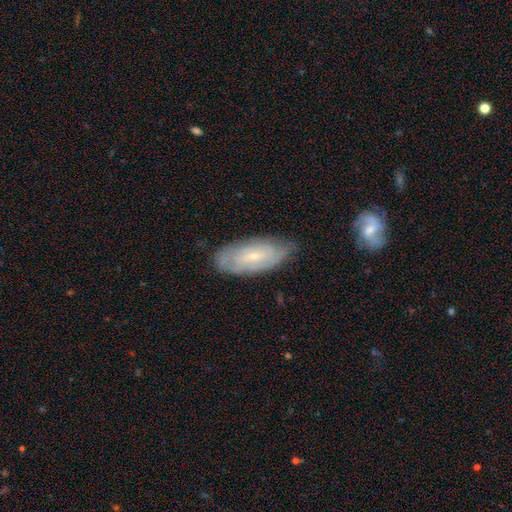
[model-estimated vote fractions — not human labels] A featured or disk galaxy (54%).

Vote fractions:
- Smooth or featured? featured or disk: 54% / smooth: 37% / star or artifact: 9%
- Edge-on disk? no: 85% / yes: 15%
- Merging? none: 75% / minor disturbance: 19% / major disturbance: 4% / merger: 2%